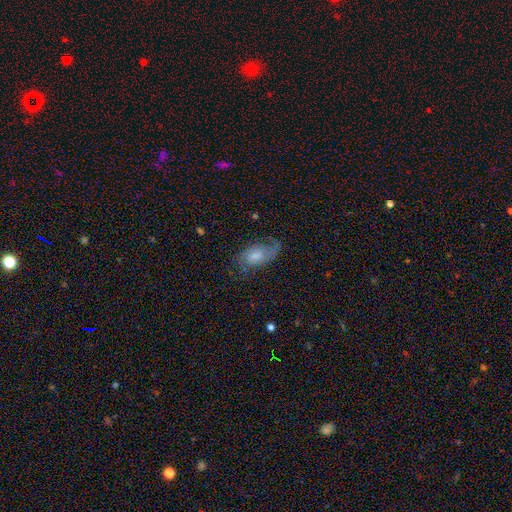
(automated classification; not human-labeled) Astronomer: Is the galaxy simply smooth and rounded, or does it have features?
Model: featured or disk — 64%.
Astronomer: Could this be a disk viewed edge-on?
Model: no — 94%.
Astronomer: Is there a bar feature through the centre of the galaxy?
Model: no — 67%.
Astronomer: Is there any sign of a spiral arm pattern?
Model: yes — 89%.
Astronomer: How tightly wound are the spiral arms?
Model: medium — 42% (runner-up: loose, 29%).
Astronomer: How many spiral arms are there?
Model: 2 — 46% (runner-up: 1, 31%).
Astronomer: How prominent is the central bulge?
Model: moderate — 47% (runner-up: small, 29%).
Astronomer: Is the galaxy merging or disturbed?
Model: none — 62%.